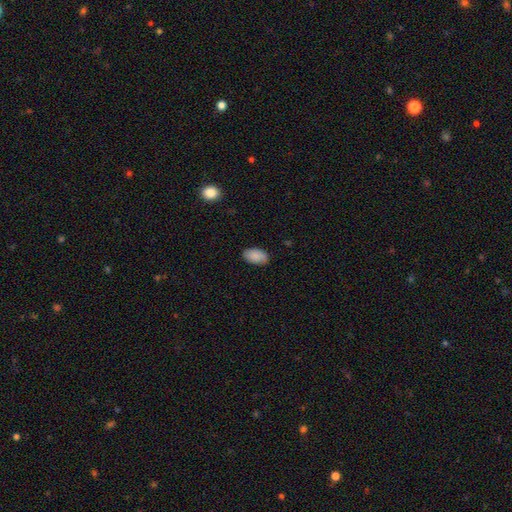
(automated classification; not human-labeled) Smooth or featured? Predicted: smooth (p=0.88). How rounded? Predicted: in between (p=0.94). Merging? Predicted: none (p=0.84).